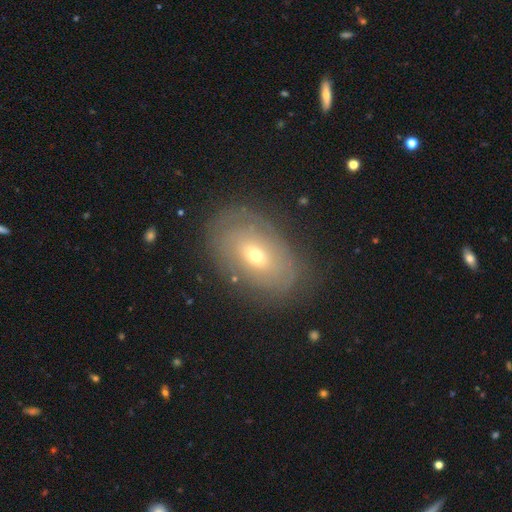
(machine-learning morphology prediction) The model was most divided on "smooth or featured": featured or disk: 55%, smooth: 36%, star or artifact: 10%. More confident: edge-on disk — no (91%); merging — none (79%).